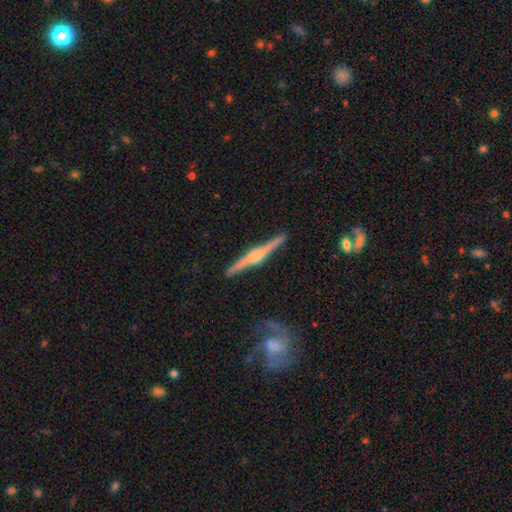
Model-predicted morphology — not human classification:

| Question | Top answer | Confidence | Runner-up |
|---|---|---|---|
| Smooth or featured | featured or disk | 83% | smooth (13%) |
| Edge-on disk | yes | 98% | no (2%) |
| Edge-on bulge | rounded | 85% | boxy (9%) |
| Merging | none | 88% | minor disturbance (8%) |